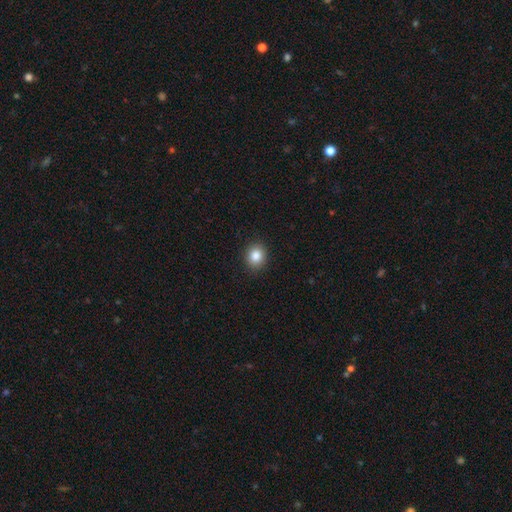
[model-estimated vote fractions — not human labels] A smooth galaxy with no disk features (85%) that is round (70%). Merging: none (90%).